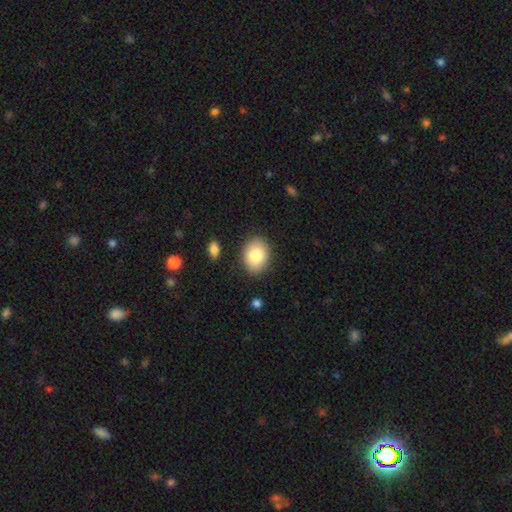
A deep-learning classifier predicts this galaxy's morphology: Smooth or featured? Predicted: smooth (p=0.84). How rounded? Predicted: in between (p=0.70). Merging? Predicted: none (p=0.85).